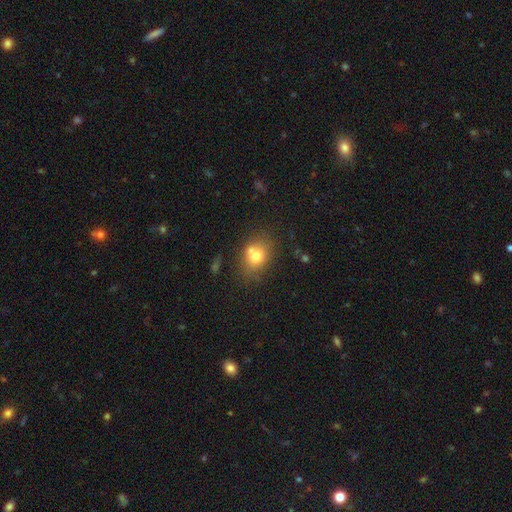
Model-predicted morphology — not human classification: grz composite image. It shows a smooth galaxy with no disk features (72%) that is round (50%). Merging: none (58%).